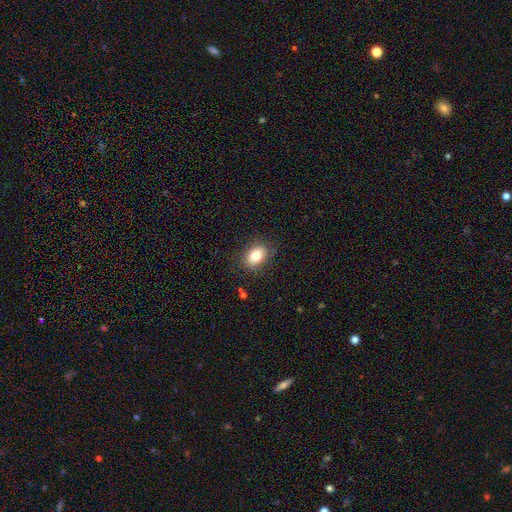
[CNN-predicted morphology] Smooth or featured? smooth (82%)
How rounded? in between (79%)
Merging? none (84%)